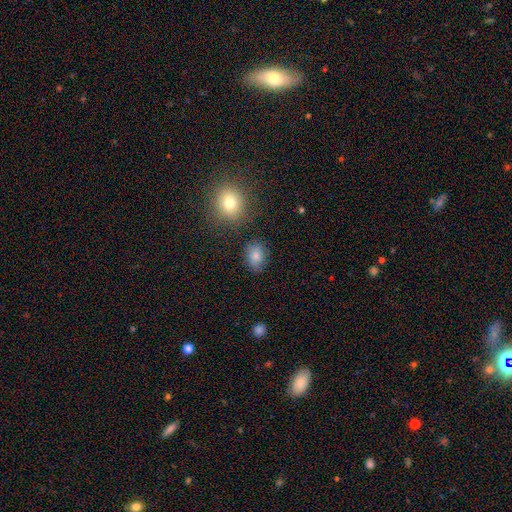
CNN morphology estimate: A smooth galaxy with no disk features (81%) that is in between round and cigar-shaped (66%). Merging: none (76%).